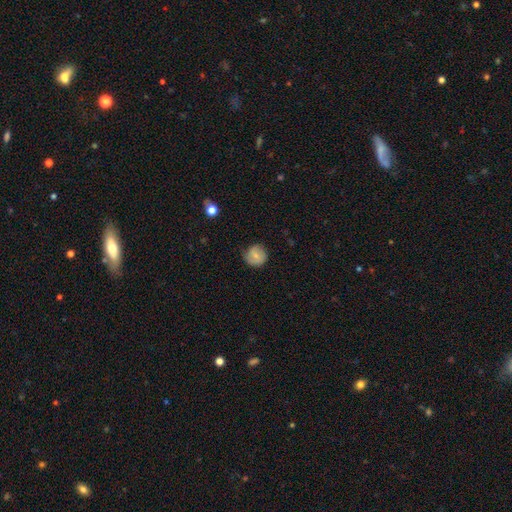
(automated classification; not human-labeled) This is likely a smooth galaxy (70%). How rounded: clearly round (89%). Merging: likely none (74%).